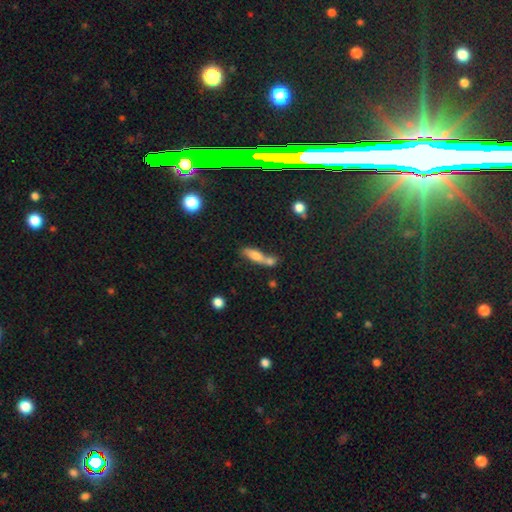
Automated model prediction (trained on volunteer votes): smooth-or-featured: smooth: 64% | featured or disk: 26% | star or artifact: 10%
  how-rounded: cigar-shaped: 56% | in between: 40% | round: 4%
  merging: merger: 44% | none: 37% | minor disturbance: 13% | major disturbance: 7%